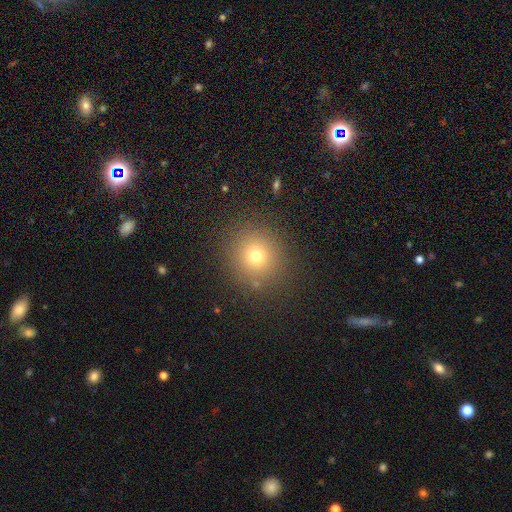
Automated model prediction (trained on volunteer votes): Q: Smooth or featured?
A: smooth (72%); runner-up: star or artifact (19%)
Q: How rounded?
A: round (91%); runner-up: in between (8%)
Q: Merging?
A: none (87%); runner-up: minor disturbance (7%)